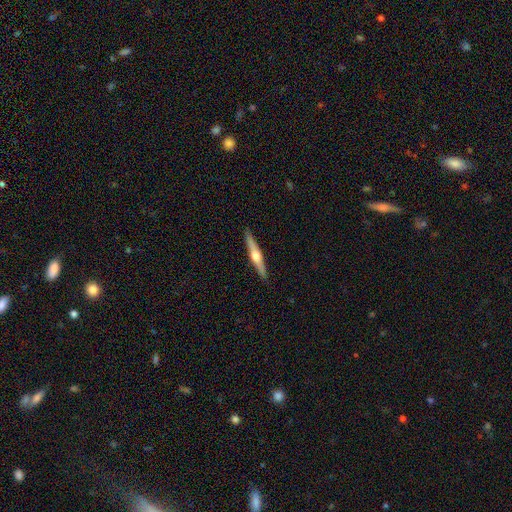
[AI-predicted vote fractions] A featured or disk galaxy (68%) viewed edge-on (98%) with a rounded central bulge (92%).

Vote fractions:
- Smooth or featured? featured or disk: 68% / smooth: 27% / star or artifact: 5%
- Edge-on disk? yes: 98% / no: 2%
- Edge-on bulge? rounded: 92% / none: 4% / boxy: 4%
- Merging? none: 91% / minor disturbance: 6% / major disturbance: 1% / merger: 1%